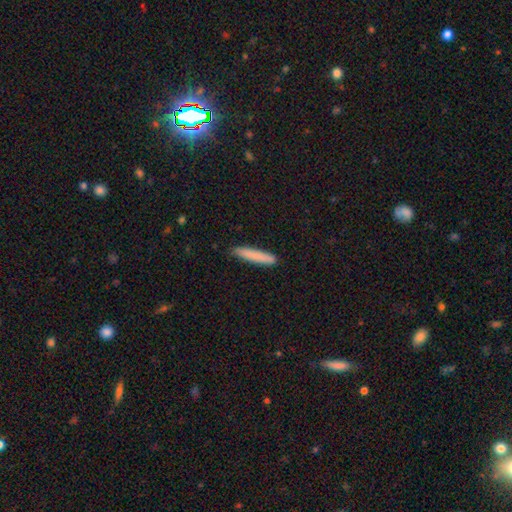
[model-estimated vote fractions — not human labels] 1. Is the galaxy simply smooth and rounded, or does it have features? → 83% smooth, 11% featured or disk, 6% star or artifact.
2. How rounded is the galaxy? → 93% cigar-shaped, 6% in between, 1% round.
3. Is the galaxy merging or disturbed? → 89% none, 9% minor disturbance, 2% major disturbance, 1% merger.